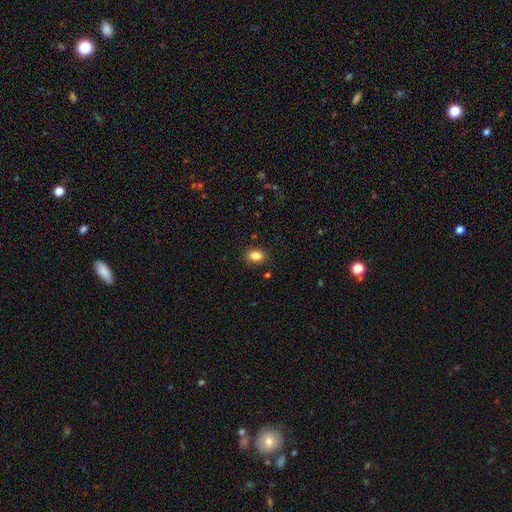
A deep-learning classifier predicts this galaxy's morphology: The model was most divided on "how rounded": in between: 69%, round: 30%, cigar-shaped: 1%. More confident: smooth or featured — smooth (86%); merging — none (85%).